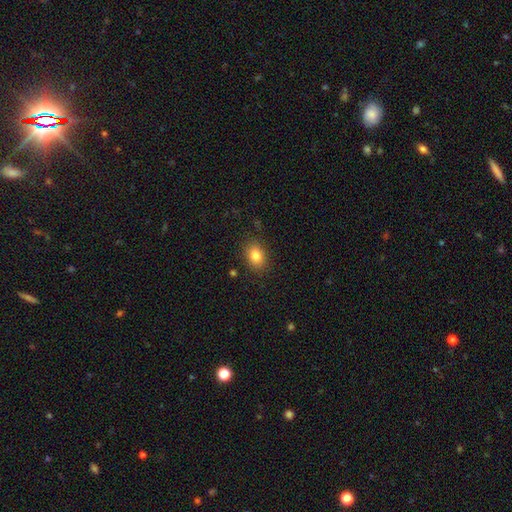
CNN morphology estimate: This is clearly a smooth galaxy (83%). How rounded: likely in between (70%). Merging: clearly none (86%).